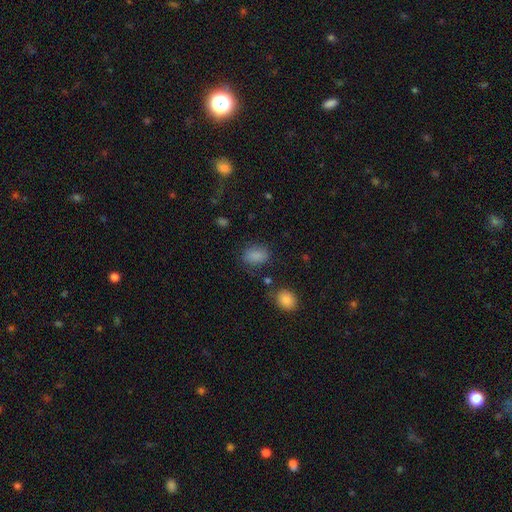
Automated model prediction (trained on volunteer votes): smooth_or_featured: smooth (p=0.85) [alt: star or artifact p=0.10]
how_rounded: in between (p=0.80) [alt: round p=0.18]
merging: none (p=0.76) [alt: minor disturbance p=0.15]